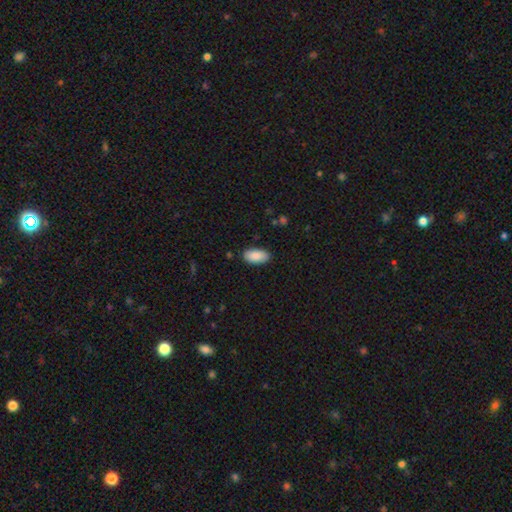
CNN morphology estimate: A smooth galaxy with no disk features (90%) that is in between round and cigar-shaped (94%).

Vote fractions:
- Smooth or featured? smooth: 90% / star or artifact: 6% / featured or disk: 4%
- How rounded? in between: 94% / cigar-shaped: 4% / round: 2%
- Merging? none: 87% / minor disturbance: 10% / major disturbance: 2% / merger: 1%